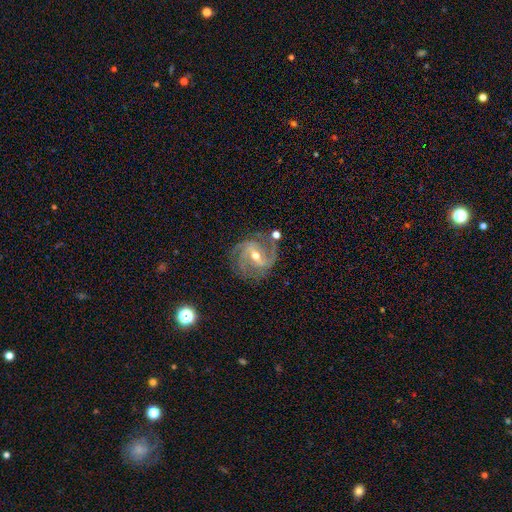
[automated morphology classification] featured or disk 90%, star or artifact 6%, smooth 4%. Down the decision tree: edge-on disk — no (97%); bar — weak (43%); spiral arms — yes (98%); spiral arm count — 3 (38%); spiral winding — medium (50%); bulge size — moderate (56%); merging — none (73%).